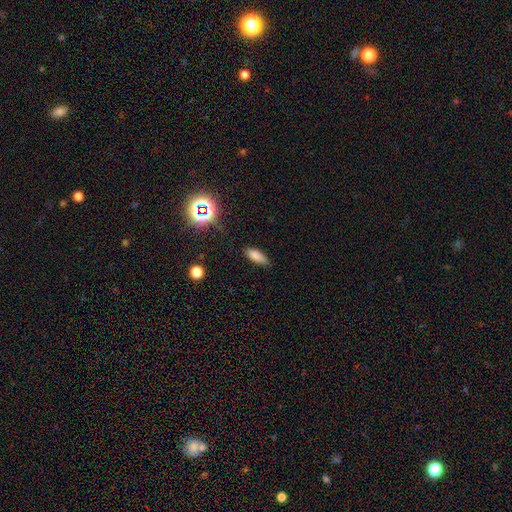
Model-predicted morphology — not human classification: smooth_or_featured: smooth (p=0.79) [alt: star or artifact p=0.14]
how_rounded: in between (p=0.75) [alt: cigar-shaped p=0.22]
merging: none (p=0.78) [alt: minor disturbance p=0.17]